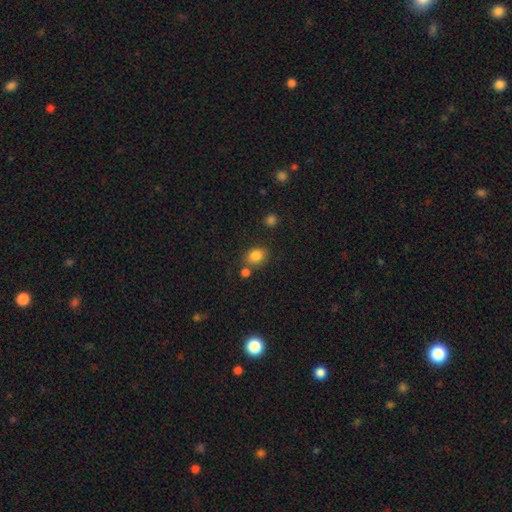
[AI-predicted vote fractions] Smooth or featured: smooth — 84% (star or artifact — 11%)
How rounded: round — 57% (in between — 42%)
Merging: none — 69% (merger — 15%)